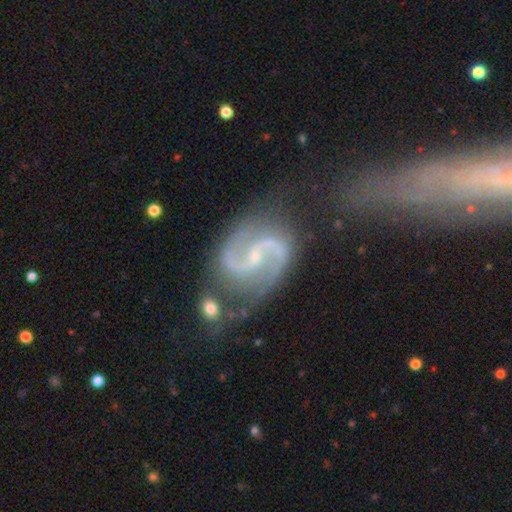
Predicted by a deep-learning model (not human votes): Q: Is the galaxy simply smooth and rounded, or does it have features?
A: featured or disk — 93%.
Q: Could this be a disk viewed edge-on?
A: no — 98%.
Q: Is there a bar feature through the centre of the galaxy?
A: weak — 45%.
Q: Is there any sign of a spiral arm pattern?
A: yes — 98%.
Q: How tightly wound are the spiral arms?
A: medium — 57%.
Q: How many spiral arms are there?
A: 2 — 94%.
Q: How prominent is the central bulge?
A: small — 74%.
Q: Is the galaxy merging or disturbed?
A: none — 62%.